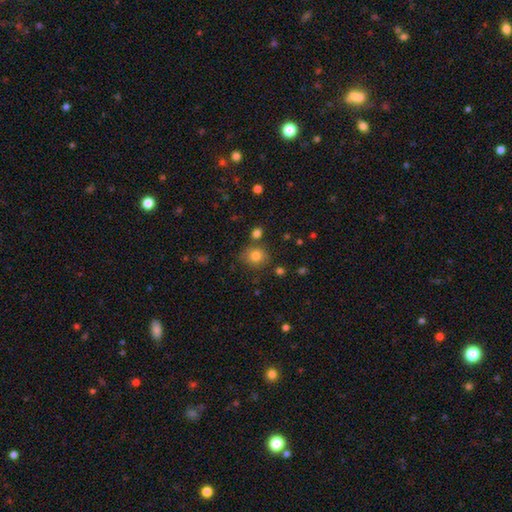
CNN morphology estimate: smooth 81%, star or artifact 12%, featured or disk 8%. Down the decision tree: how rounded — round (74%); merging — none (73%).